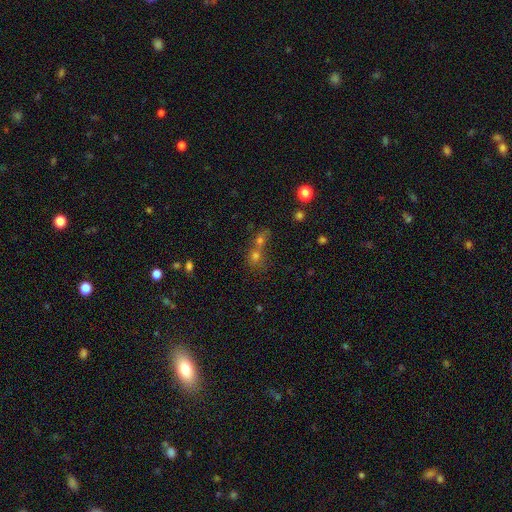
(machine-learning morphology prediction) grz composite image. It shows a smooth galaxy with no disk features (60%) that is round (71%). Merging: merger (59%).